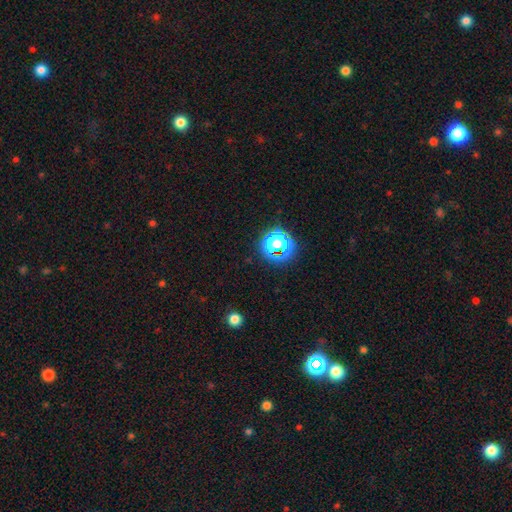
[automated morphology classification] type=star or artifact (70%).